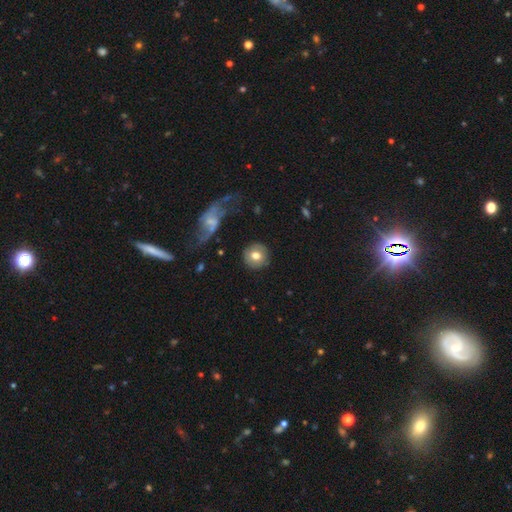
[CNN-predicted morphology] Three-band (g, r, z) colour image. It shows a smooth galaxy with no disk features (69%) that is round (91%). Merging: none (85%).